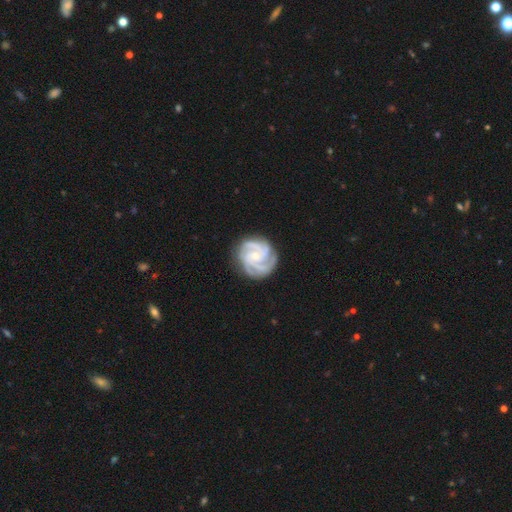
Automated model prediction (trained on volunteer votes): Q: Smooth or featured?
A: featured or disk (91%); runner-up: smooth (5%)
Q: Edge-on disk?
A: no (98%); runner-up: yes (2%)
Q: Bar?
A: no (68%); runner-up: weak (26%)
Q: Spiral arms?
A: yes (99%); runner-up: no (1%)
Q: Spiral winding?
A: tight (65%); runner-up: medium (32%)
Q: Spiral arm count?
A: 3 (50%); runner-up: 4 (29%)
Q: Bulge size?
A: small (66%); runner-up: moderate (29%)
Q: Merging?
A: none (81%); runner-up: minor disturbance (14%)